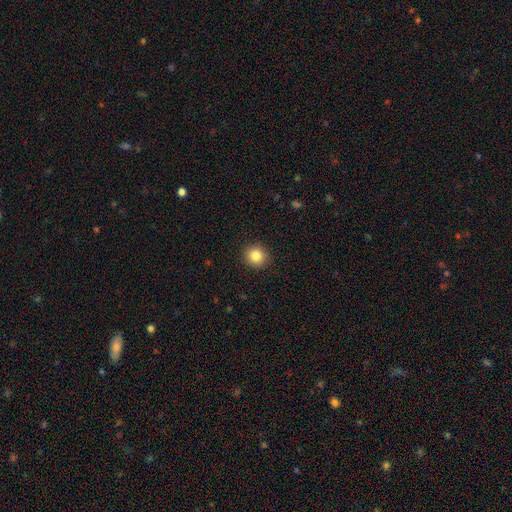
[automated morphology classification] type=smooth (84%); roundness=round (92%); merging=none (92%).